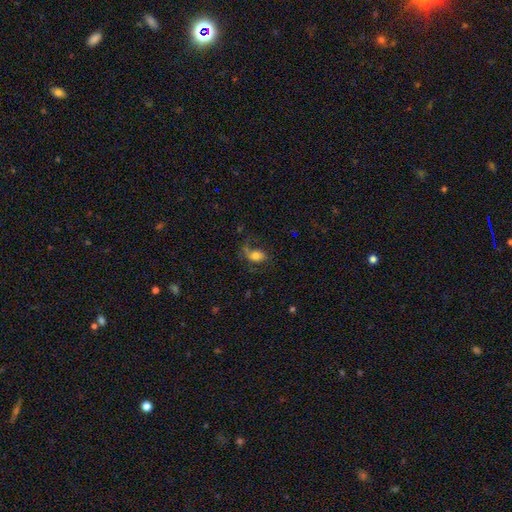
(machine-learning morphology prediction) The model was most divided on "merging": none: 47%, major disturbance: 27%, minor disturbance: 22%, merger: 3%. More confident: how rounded — in between (80%); smooth or featured — smooth (55%).